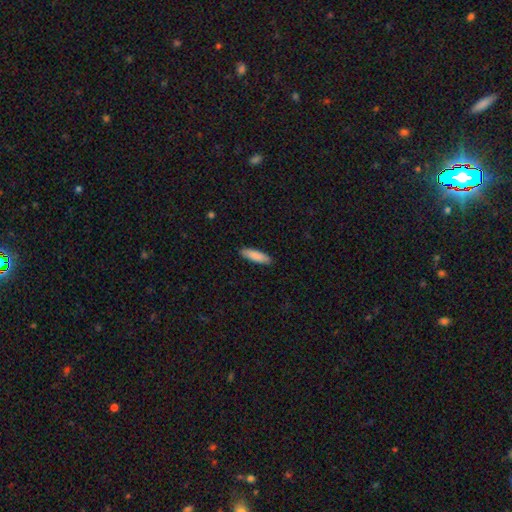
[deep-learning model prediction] Smooth or featured? smooth (88%)
How rounded? cigar-shaped (62%)
Merging? none (90%)